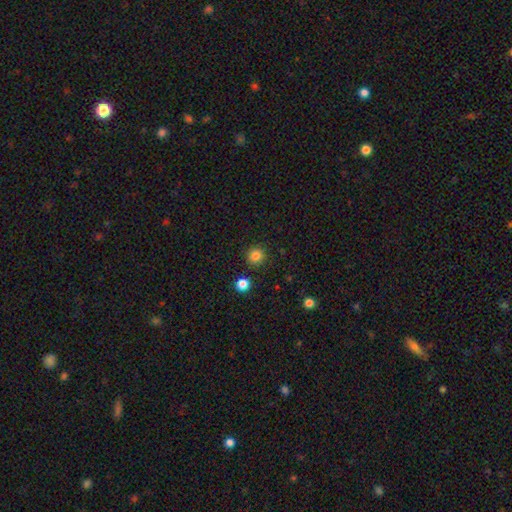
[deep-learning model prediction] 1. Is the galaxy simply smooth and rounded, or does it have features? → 84% smooth, 12% star or artifact, 4% featured or disk.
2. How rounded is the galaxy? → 94% round, 5% in between, 1% cigar-shaped.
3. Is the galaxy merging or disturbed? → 90% none, 6% minor disturbance, 3% merger, 2% major disturbance.